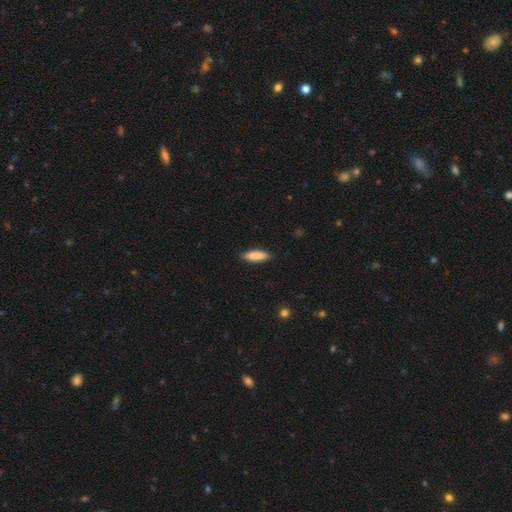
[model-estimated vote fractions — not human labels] Smooth or featured? smooth (86%)
How rounded? cigar-shaped (63%)
Merging? none (88%)